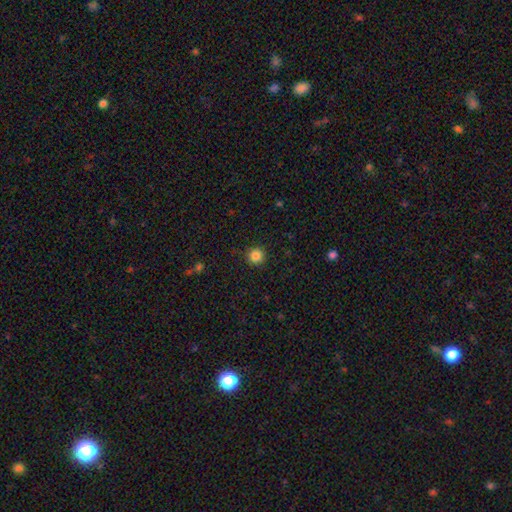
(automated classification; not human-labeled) Smooth or featured?
  - smooth: 86% *
  - star or artifact: 11%
  - featured or disk: 4%
How rounded?
  - round: 95% *
  - in between: 4%
  - cigar-shaped: 1%
Merging?
  - none: 91% *
  - minor disturbance: 6%
  - major disturbance: 2%
  - merger: 1%